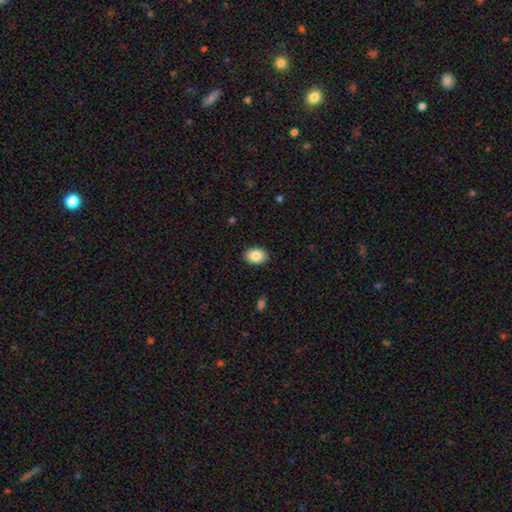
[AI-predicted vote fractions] This is clearly a smooth galaxy (86%). How rounded: likely in between (72%). Merging: clearly none (89%).